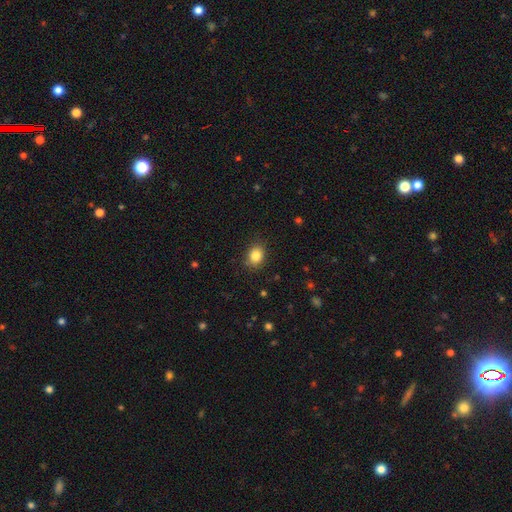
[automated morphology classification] Smooth or featured? smooth (85%)
How rounded? in between (52%)
Merging? none (85%)